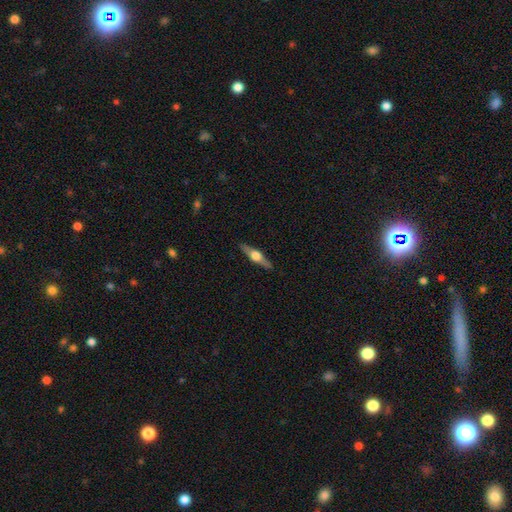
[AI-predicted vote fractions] Q: Smooth or featured?
A: featured or disk (71%); runner-up: smooth (24%)
Q: Edge-on disk?
A: yes (97%); runner-up: no (3%)
Q: Edge-on bulge?
A: rounded (94%); runner-up: boxy (4%)
Q: Merging?
A: none (90%); runner-up: minor disturbance (7%)